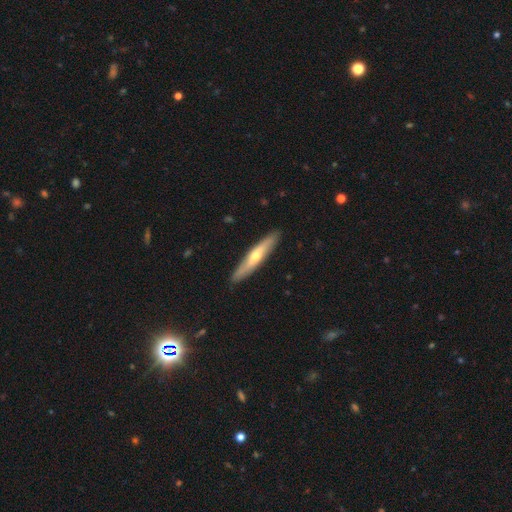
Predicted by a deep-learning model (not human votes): smooth-or-featured: featured or disk: 54% | smooth: 40% | star or artifact: 5%
  disk-edge-on: yes: 85% | no: 15%
  merging: none: 89% | minor disturbance: 8% | major disturbance: 2% | merger: 1%